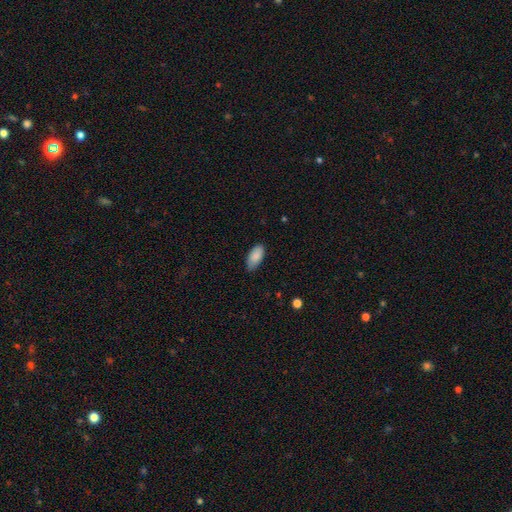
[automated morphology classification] The model was most divided on "merging": none: 73%, minor disturbance: 23%, major disturbance: 3%, merger: 1%. More confident: how rounded — in between (93%); smooth or featured — smooth (88%).